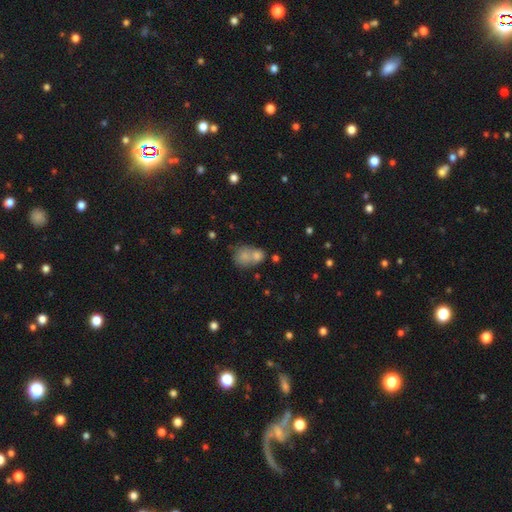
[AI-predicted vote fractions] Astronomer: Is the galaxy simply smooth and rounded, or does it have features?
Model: smooth — 71%.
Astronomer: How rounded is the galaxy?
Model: round — 52% (runner-up: in between, 46%).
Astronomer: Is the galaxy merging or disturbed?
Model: merger — 56%.